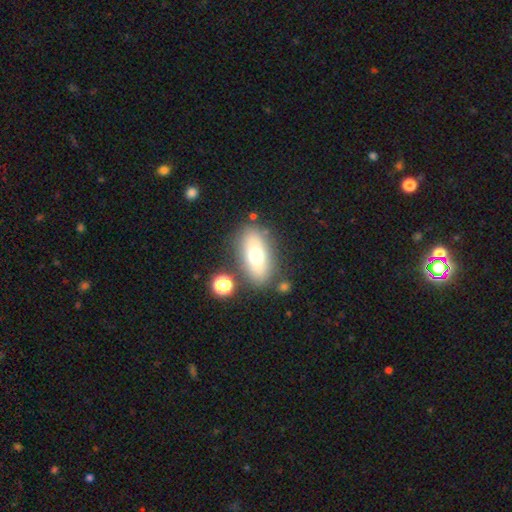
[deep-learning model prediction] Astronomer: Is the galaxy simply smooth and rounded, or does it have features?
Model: smooth — 63%.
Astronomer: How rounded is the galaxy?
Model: in between — 82%.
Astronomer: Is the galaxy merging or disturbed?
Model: none — 78%.